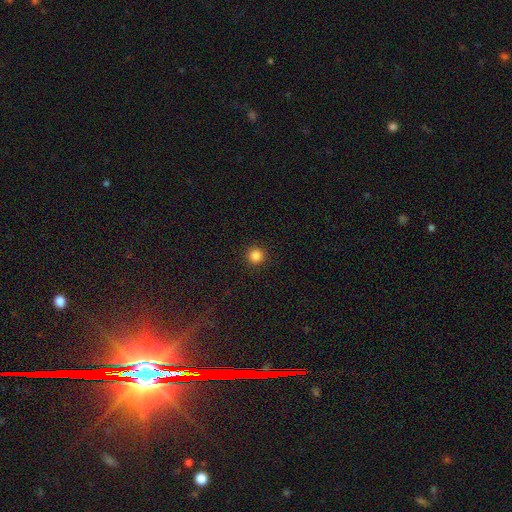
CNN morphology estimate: Smooth or featured? Predicted: smooth (p=0.85). How rounded? Predicted: round (p=0.95). Merging? Predicted: none (p=0.93).